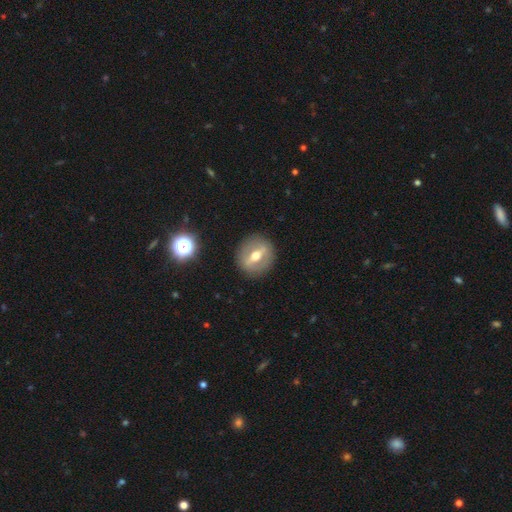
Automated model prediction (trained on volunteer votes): Q: Smooth or featured?
A: featured or disk (68%); runner-up: smooth (24%)
Q: Edge-on disk?
A: no (67%); runner-up: yes (33%)
Q: Merging?
A: none (88%); runner-up: minor disturbance (8%)